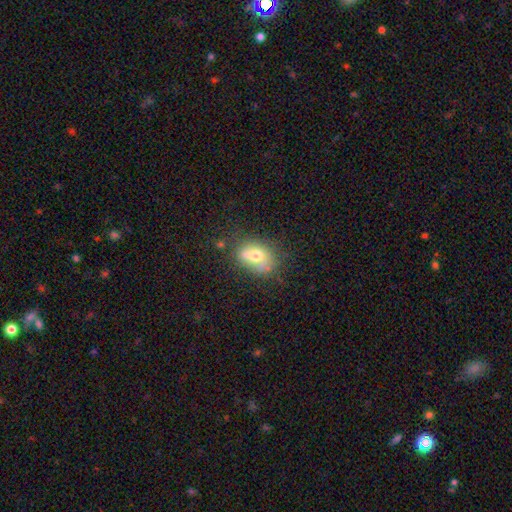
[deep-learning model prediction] Smooth or featured: smooth — 64% (featured or disk — 25%)
How rounded: in between — 62% (round — 36%)
Merging: none — 48% (merger — 22%)